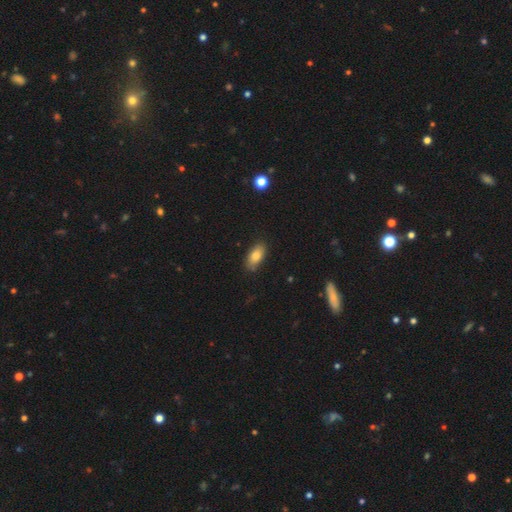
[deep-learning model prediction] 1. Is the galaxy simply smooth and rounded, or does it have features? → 82% smooth, 10% featured or disk, 7% star or artifact.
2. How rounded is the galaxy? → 90% in between, 7% cigar-shaped, 3% round.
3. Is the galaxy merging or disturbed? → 82% none, 14% minor disturbance, 3% major disturbance, 1% merger.